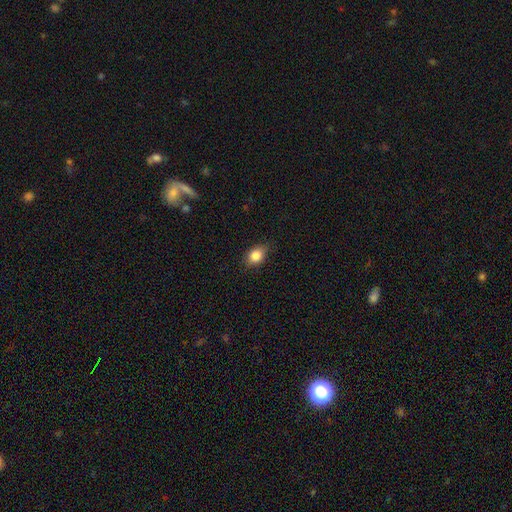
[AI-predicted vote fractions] Q: Smooth or featured?
A: smooth (85%); runner-up: star or artifact (9%)
Q: How rounded?
A: in between (71%); runner-up: round (28%)
Q: Merging?
A: none (83%); runner-up: minor disturbance (14%)